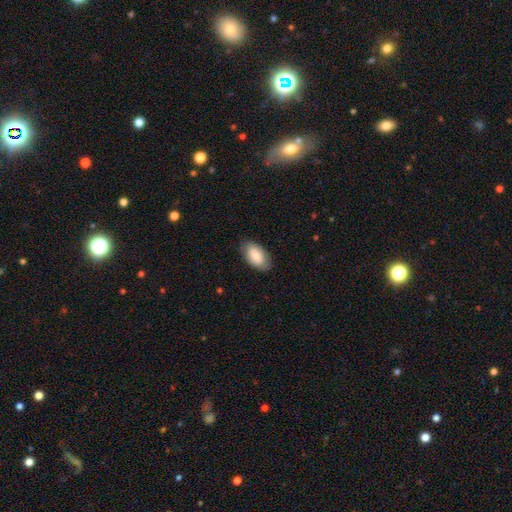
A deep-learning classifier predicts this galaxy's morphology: A smooth galaxy with no disk features (81%) that is in between round and cigar-shaped (95%). Merging: none (81%).